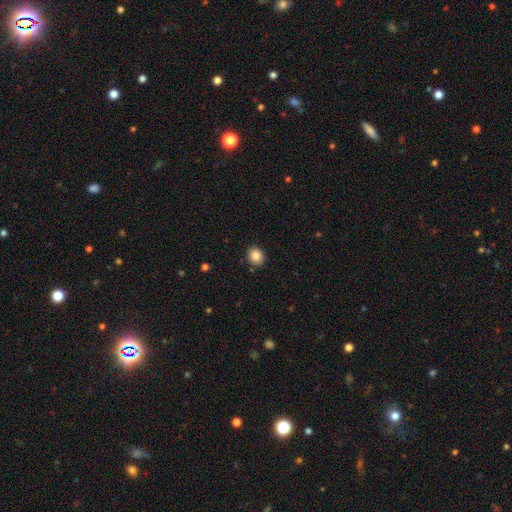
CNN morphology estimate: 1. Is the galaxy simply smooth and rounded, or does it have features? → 86% smooth, 9% star or artifact, 5% featured or disk.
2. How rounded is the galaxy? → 71% round, 28% in between, 1% cigar-shaped.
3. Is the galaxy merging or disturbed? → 89% none, 7% minor disturbance, 2% major disturbance, 2% merger.